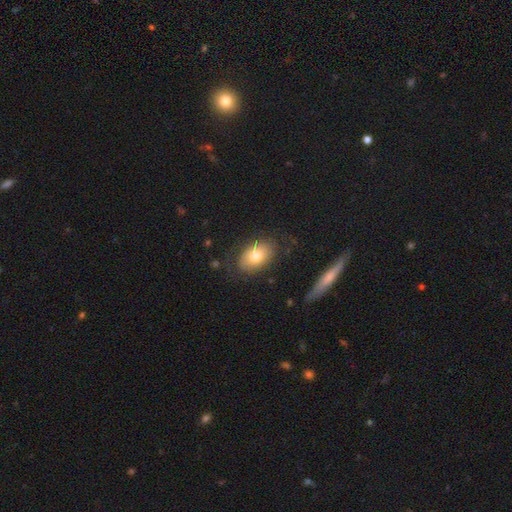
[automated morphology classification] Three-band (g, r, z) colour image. It shows a smooth galaxy with no disk features (73%) that is in between round and cigar-shaped (87%). Merging: none (76%).